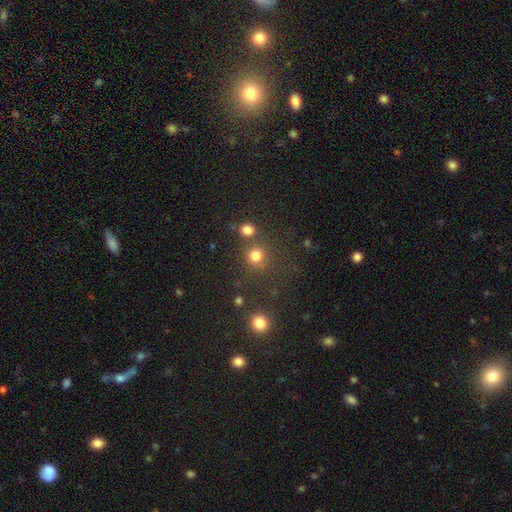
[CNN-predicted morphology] smooth 77%, star or artifact 17%, featured or disk 6%. Down the decision tree: how rounded — round (90%); merging — none (69%).